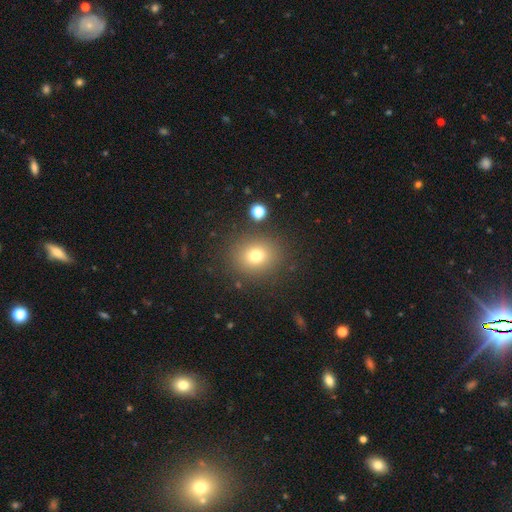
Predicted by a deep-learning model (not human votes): Q: Smooth or featured?
A: smooth (74%); runner-up: star or artifact (16%)
Q: How rounded?
A: round (77%); runner-up: in between (22%)
Q: Merging?
A: none (85%); runner-up: minor disturbance (8%)